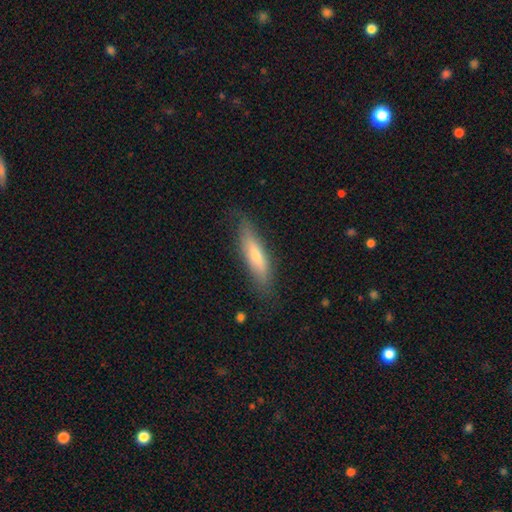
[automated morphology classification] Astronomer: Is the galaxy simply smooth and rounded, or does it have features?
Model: smooth — 57% (runner-up: featured or disk, 37%).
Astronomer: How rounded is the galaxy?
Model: cigar-shaped — 76%.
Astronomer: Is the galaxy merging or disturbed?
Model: none — 79%.